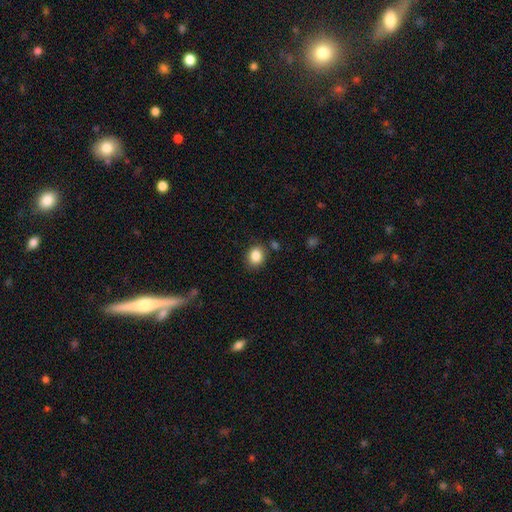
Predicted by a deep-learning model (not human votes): Smooth or featured? Predicted: smooth (p=0.86). How rounded? Predicted: round (p=0.61). Merging? Predicted: none (p=0.83).